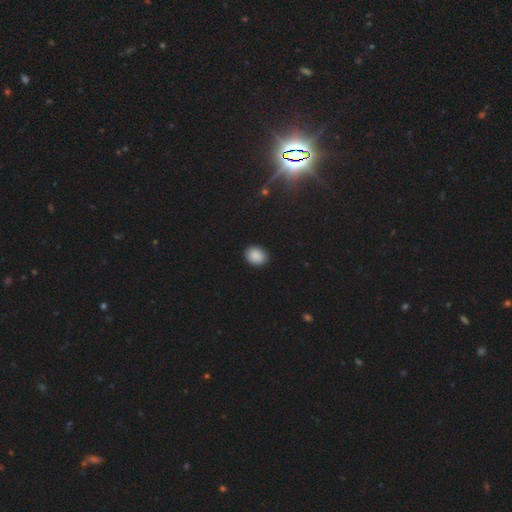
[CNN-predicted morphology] smooth 88%, star or artifact 9%, featured or disk 3%. Down the decision tree: how rounded — in between (53%); merging — none (90%).